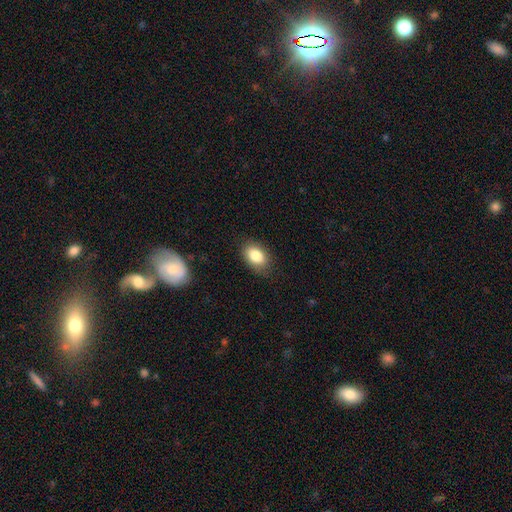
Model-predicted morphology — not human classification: Overall: smooth (83%). How rounded: in between (87%). Merging: none (79%).